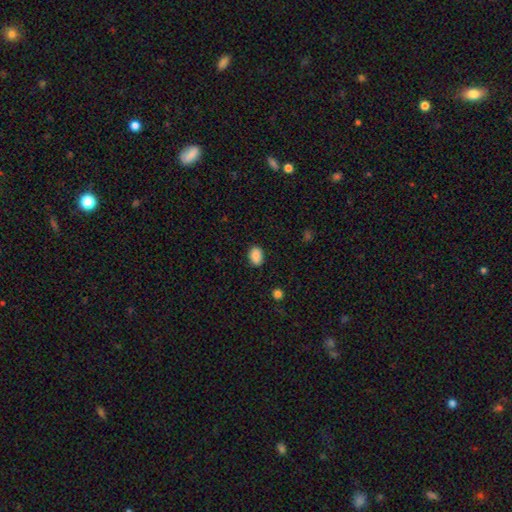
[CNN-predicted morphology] Smooth or featured?
  - smooth: 89% *
  - star or artifact: 8%
  - featured or disk: 3%
How rounded?
  - in between: 77% *
  - round: 21%
  - cigar-shaped: 1%
Merging?
  - none: 87% *
  - minor disturbance: 10%
  - major disturbance: 2%
  - merger: 1%